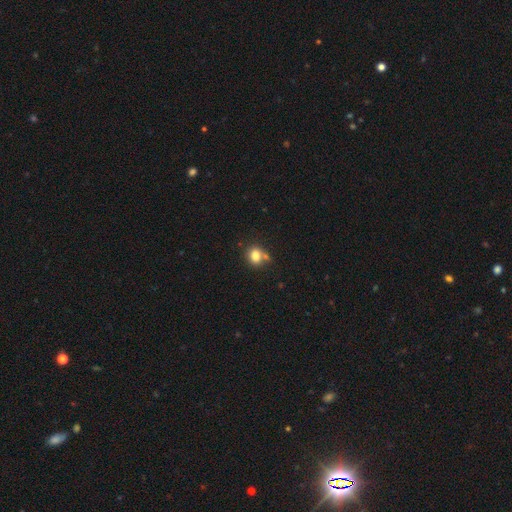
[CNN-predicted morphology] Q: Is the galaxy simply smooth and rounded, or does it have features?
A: smooth — 80%.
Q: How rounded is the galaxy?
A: round — 70%.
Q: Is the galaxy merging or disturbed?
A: none — 61%.